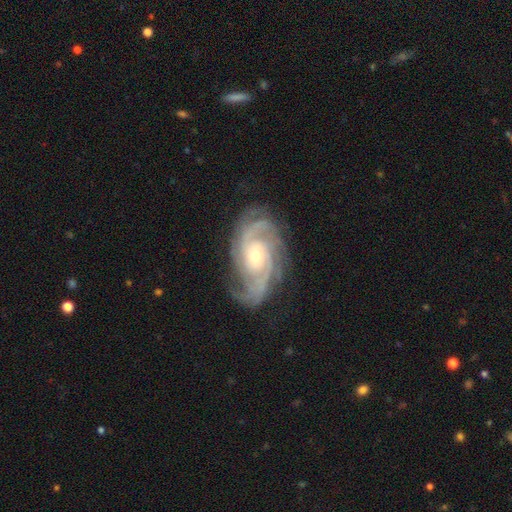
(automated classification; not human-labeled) This appears to be a featured or disk galaxy (91%) with no bar (64%), 2 (31%) tight (56%) spiral arms (98%) and a small central bulge (48%). Merging: none (75%).